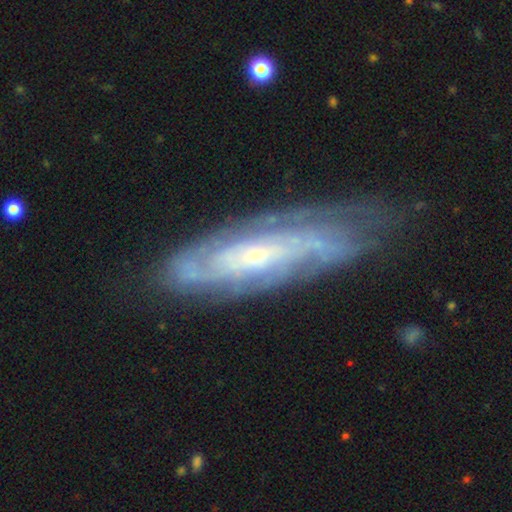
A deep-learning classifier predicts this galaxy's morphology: A featured or disk galaxy (84%) with no bar (62%), tight (70%) spiral arms (95%) and a small central bulge (69%).

Vote fractions:
- Smooth or featured? featured or disk: 84% / smooth: 10% / star or artifact: 6%
- Edge-on disk? no: 83% / yes: 17%
- Bar? no: 62% / weak: 27% / strong: 11%
- Spiral arms? yes: 95% / no: 5%
- Spiral winding? tight: 70% / medium: 25% / loose: 5%
- Spiral arm count? can't tell: 43% / 2: 22% / 3: 15% / 4: 10% / more than 4: 6% / 1: 4%
- Bulge size? small: 69% / moderate: 27% / none: 2% / large: 2% / dominant: 1%
- Merging? none: 73% / minor disturbance: 19% / major disturbance: 6% / merger: 2%